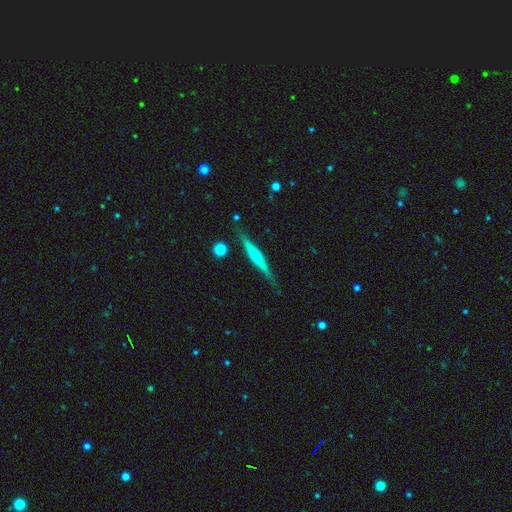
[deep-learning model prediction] Smooth or featured? featured or disk (58%)
Edge-on disk? yes (97%)
Edge-on bulge? rounded (46%)
Merging? none (85%)